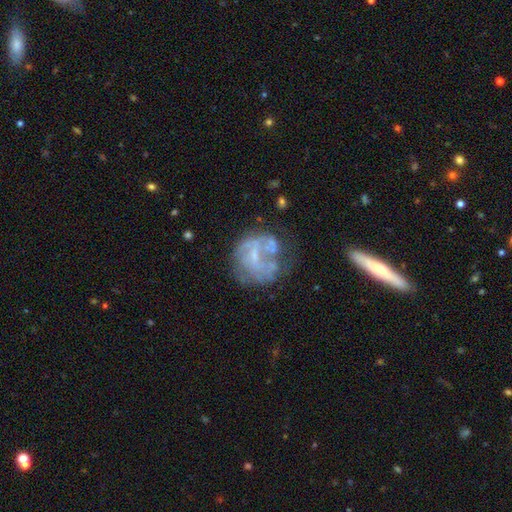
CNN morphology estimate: Smooth or featured? Predicted: featured or disk (p=0.65). Edge-on disk? Predicted: no (p=0.98). Bar? Predicted: no (p=0.66). Spiral arms? Predicted: no (p=0.65). Bulge size? Predicted: small (p=0.42). Merging? Predicted: none (p=0.45).